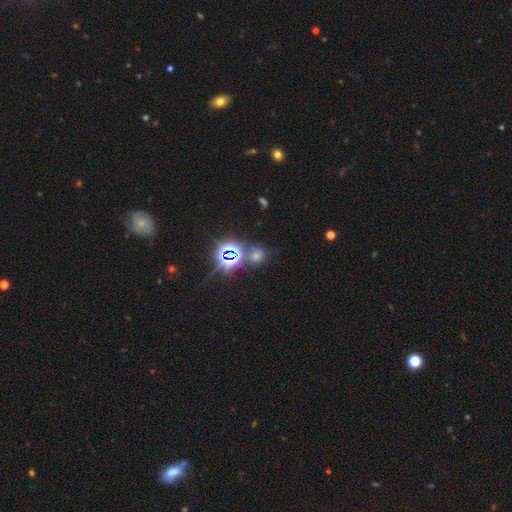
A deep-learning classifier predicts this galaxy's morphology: star or artifact 61%, smooth 31%, featured or disk 8%.